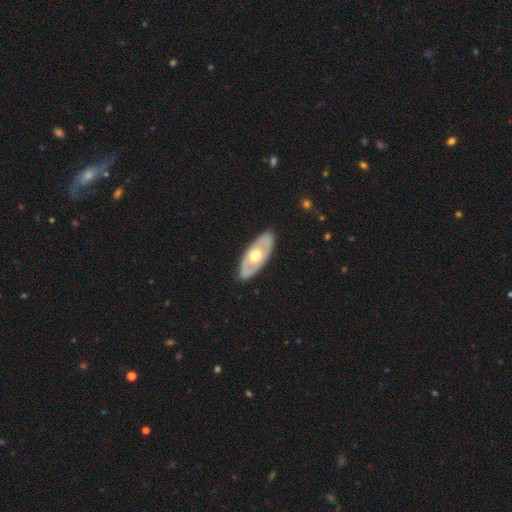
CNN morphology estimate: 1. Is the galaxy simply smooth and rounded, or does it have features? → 58% featured or disk, 37% smooth, 4% star or artifact.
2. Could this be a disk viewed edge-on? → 78% no, 22% yes.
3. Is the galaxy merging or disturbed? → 87% none, 10% minor disturbance, 2% major disturbance, 1% merger.